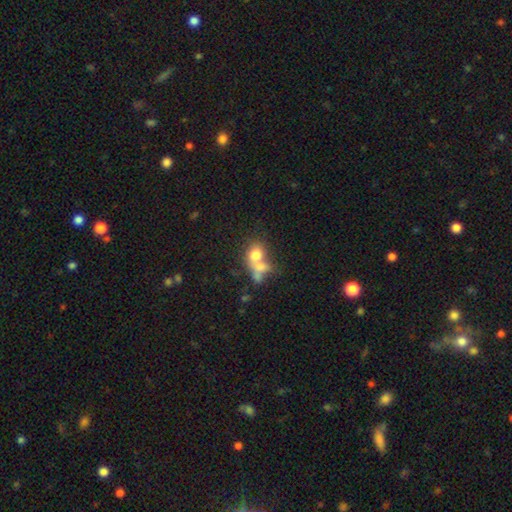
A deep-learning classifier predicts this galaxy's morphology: type=smooth (68%); roundness=round (52%); merging=merger (54%).